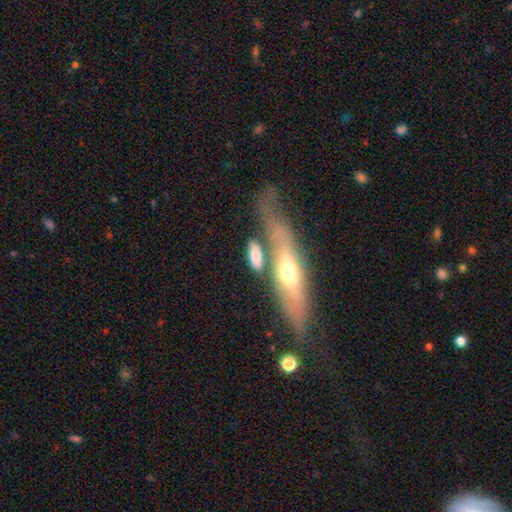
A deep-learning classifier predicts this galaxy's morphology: This is likely a smooth galaxy (66%). How rounded: likely in between (63%). Merging: possibly none (55%).